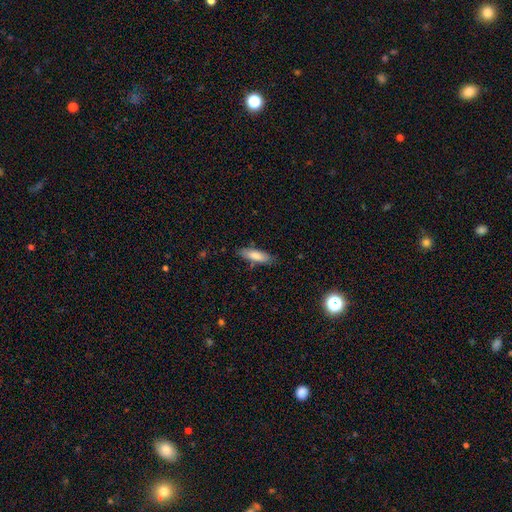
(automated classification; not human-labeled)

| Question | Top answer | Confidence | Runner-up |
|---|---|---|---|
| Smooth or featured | smooth | 81% | featured or disk (13%) |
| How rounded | in between | 50% | cigar-shaped (48%) |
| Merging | none | 81% | minor disturbance (15%) |